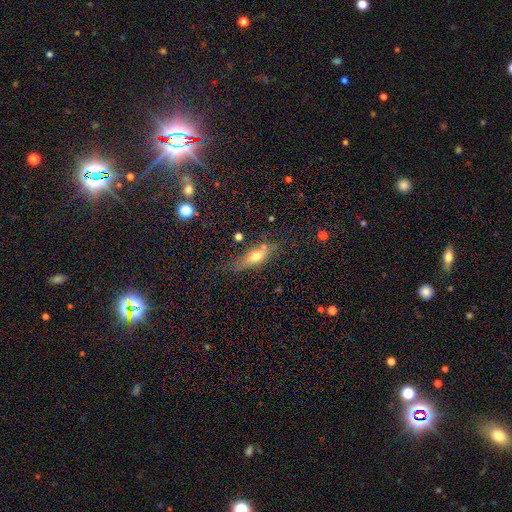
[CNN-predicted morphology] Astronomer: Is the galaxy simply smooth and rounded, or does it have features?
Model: smooth — 50% (runner-up: featured or disk, 40%).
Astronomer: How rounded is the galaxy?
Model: in between — 50% (runner-up: cigar-shaped, 44%).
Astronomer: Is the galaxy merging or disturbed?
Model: none — 65%.